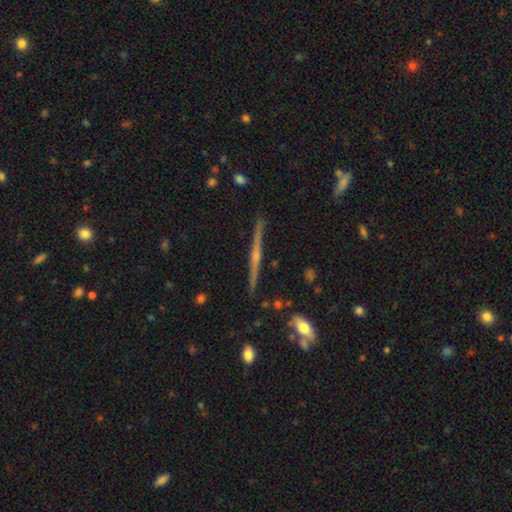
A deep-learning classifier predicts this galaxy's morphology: Smooth or featured: featured or disk — 81% (smooth — 12%)
Edge-on disk: yes — 98% (no — 2%)
Edge-on bulge: rounded — 81% (none — 12%)
Merging: none — 90% (minor disturbance — 7%)